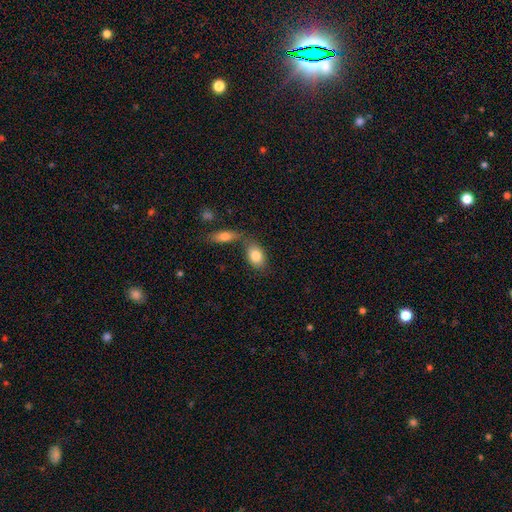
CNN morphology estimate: Smooth or featured?
  - smooth: 82% *
  - featured or disk: 11%
  - star or artifact: 7%
How rounded?
  - in between: 83% *
  - round: 15%
  - cigar-shaped: 2%
Merging?
  - none: 51% *
  - merger: 31%
  - minor disturbance: 13%
  - major disturbance: 5%